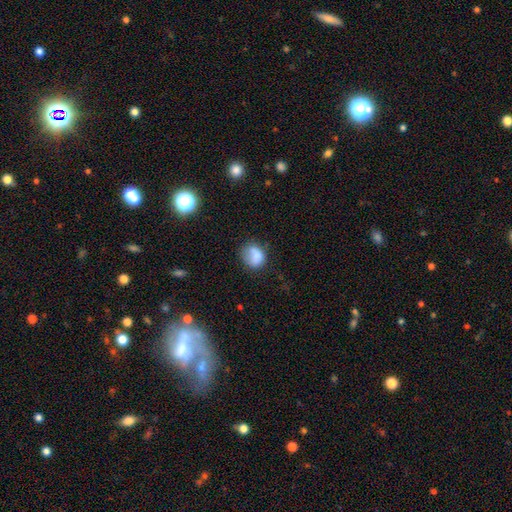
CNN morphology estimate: Smooth or featured: smooth — 80% (featured or disk — 10%)
How rounded: round — 56% (in between — 43%)
Merging: none — 53% (minor disturbance — 28%)